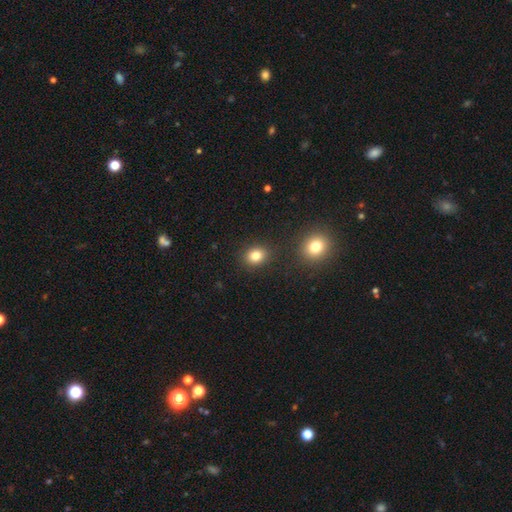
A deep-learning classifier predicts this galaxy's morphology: This appears to be a smooth galaxy with no disk features (83%) that is round (58%). Merging: none (85%).